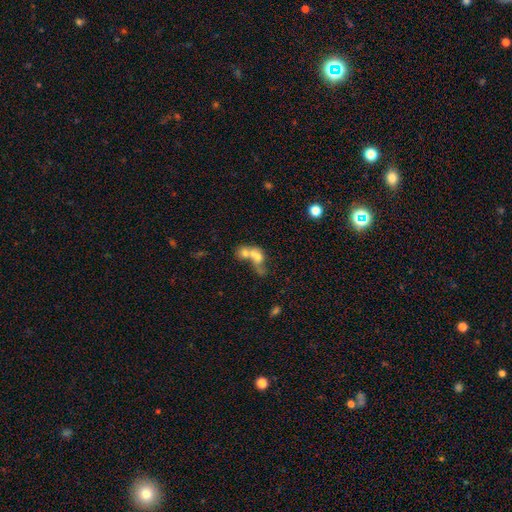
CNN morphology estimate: Smooth or featured: smooth — 55% (featured or disk — 32%)
How rounded: in between — 52% (round — 44%)
Merging: merger — 72% (none — 12%)